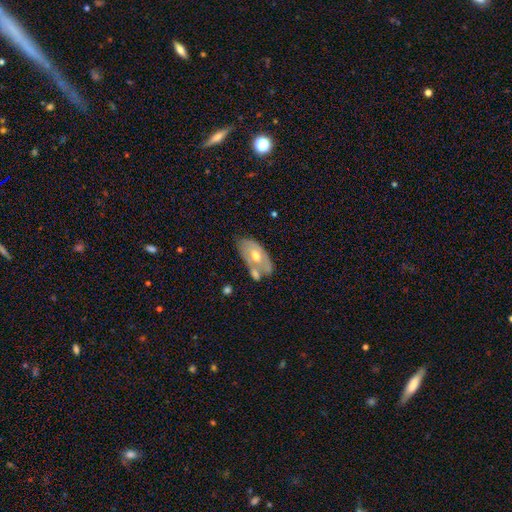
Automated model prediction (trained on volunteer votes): Smooth or featured?
  - featured or disk: 53% *
  - smooth: 41%
  - star or artifact: 6%
Edge-on disk?
  - no: 88% *
  - yes: 12%
Merging?
  - none: 42% *
  - merger: 28%
  - minor disturbance: 22%
  - major disturbance: 8%